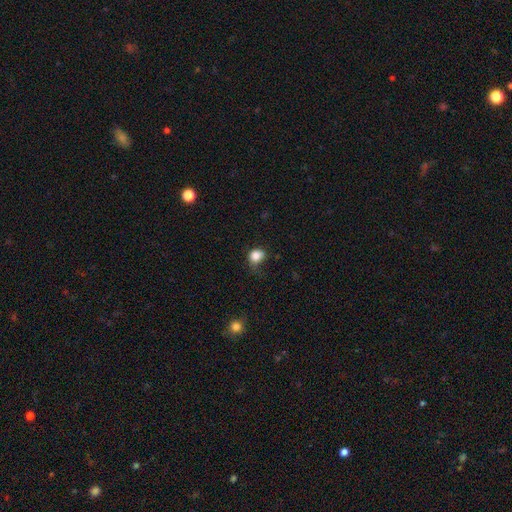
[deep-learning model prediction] This is clearly a smooth galaxy (84%). How rounded: likely round (61%). Merging: possibly none (48%).